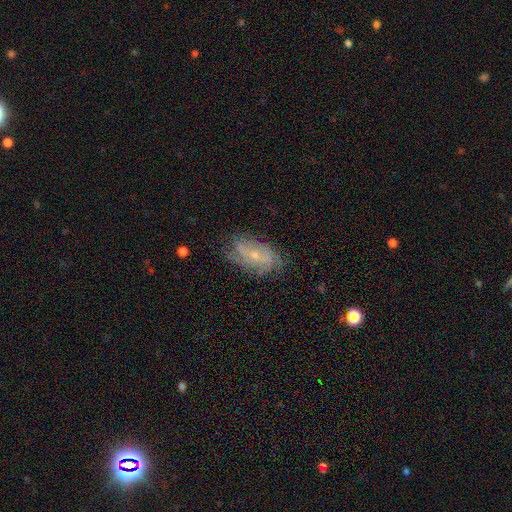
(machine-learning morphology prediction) Smooth or featured? Predicted: featured or disk (p=0.71). Edge-on disk? Predicted: no (p=0.94). Bar? Predicted: no (p=0.67). Spiral arms? Predicted: yes (p=0.86). Spiral winding? Predicted: tight (p=0.47). Spiral arm count? Predicted: can't tell (p=0.44). Bulge size? Predicted: small (p=0.70). Merging? Predicted: none (p=0.69).